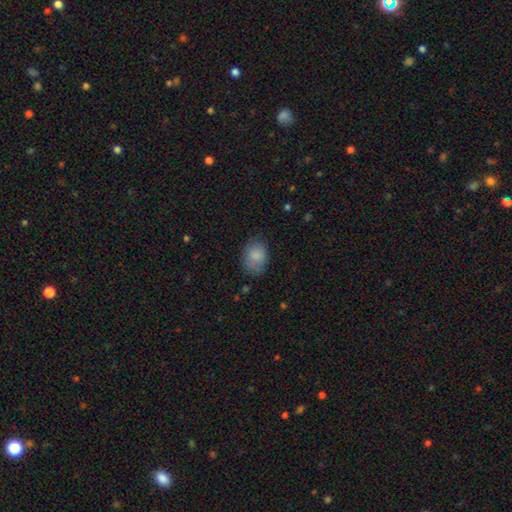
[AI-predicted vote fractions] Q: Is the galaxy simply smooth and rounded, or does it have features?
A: smooth — 82%.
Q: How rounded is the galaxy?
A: in between — 64%.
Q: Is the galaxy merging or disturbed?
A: none — 67%.